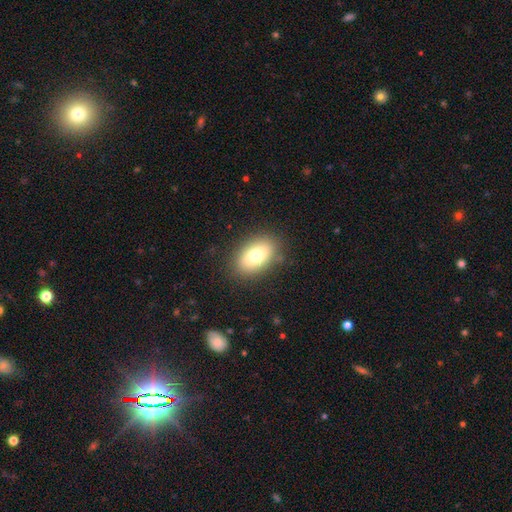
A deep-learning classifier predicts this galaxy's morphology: A smooth galaxy with no disk features (78%) that is in between round and cigar-shaped (89%). Merging: none (84%).